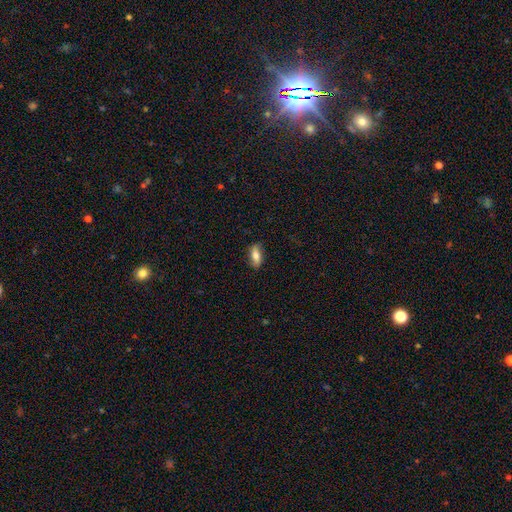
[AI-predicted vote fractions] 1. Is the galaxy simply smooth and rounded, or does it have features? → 74% smooth, 19% featured or disk, 7% star or artifact.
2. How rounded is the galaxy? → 80% in between, 17% cigar-shaped, 3% round.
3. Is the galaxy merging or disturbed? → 80% none, 16% minor disturbance, 3% major disturbance, 1% merger.